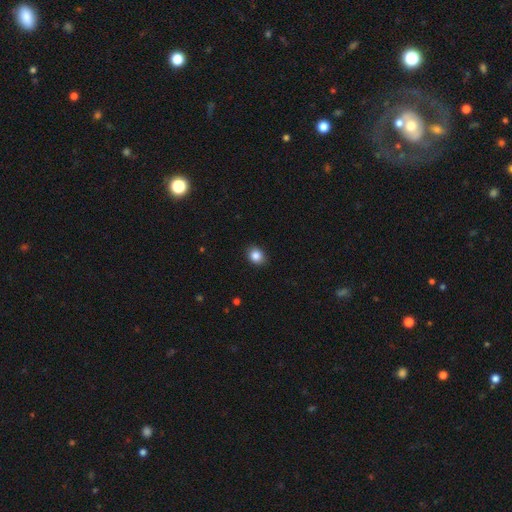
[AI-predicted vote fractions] smooth 86%, star or artifact 10%, featured or disk 4%. Down the decision tree: how rounded — round (60%); merging — none (88%).